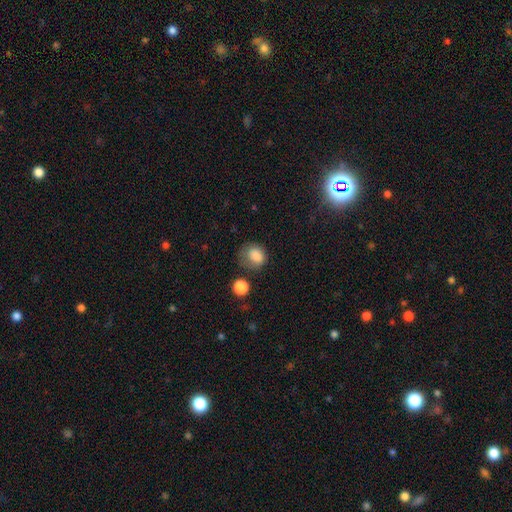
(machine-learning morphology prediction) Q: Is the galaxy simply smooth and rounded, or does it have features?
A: smooth — 83%.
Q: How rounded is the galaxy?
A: round — 63%.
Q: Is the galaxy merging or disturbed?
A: none — 53%.